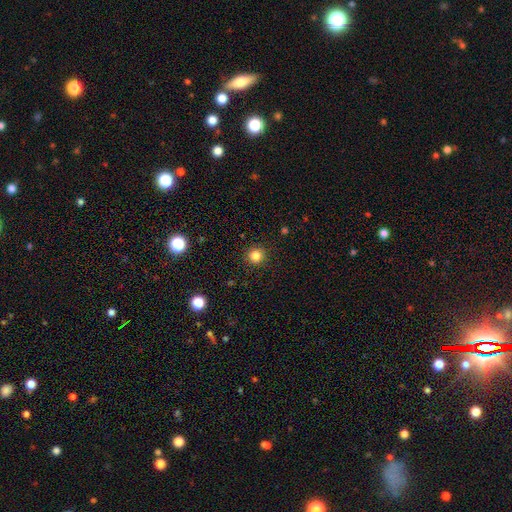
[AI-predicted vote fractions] smooth 83%, star or artifact 13%, featured or disk 5%. Down the decision tree: how rounded — round (94%); merging — none (91%).